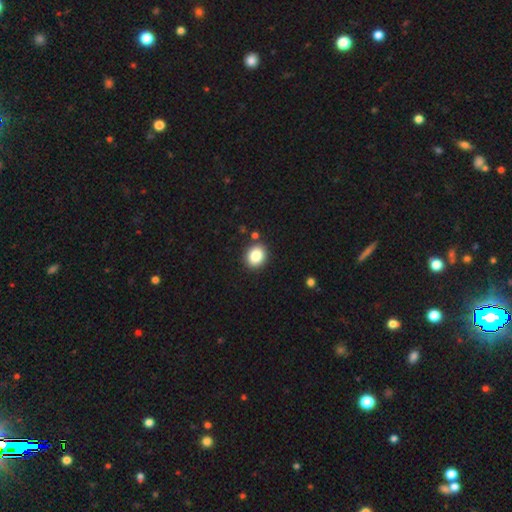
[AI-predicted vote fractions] Overall: smooth (85%). How rounded: round (63%; in between 36%). Merging: none (87%).